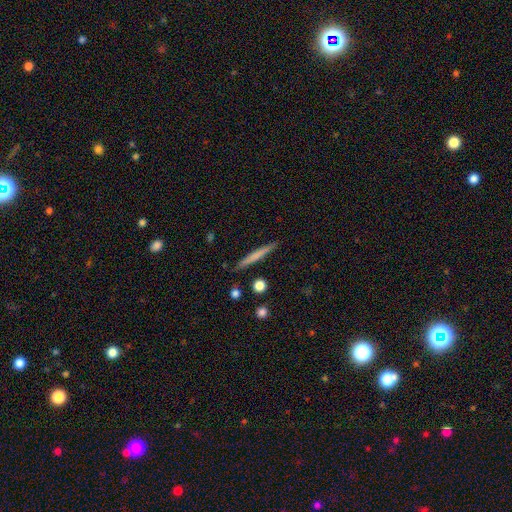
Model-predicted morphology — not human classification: type=smooth (61%); roundness=cigar-shaped (96%); merging=none (89%).